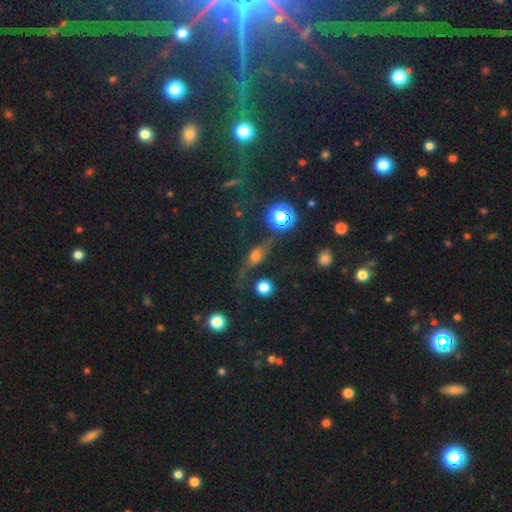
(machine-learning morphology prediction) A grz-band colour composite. It shows a featured or disk galaxy (42%). Merging: none (56%).